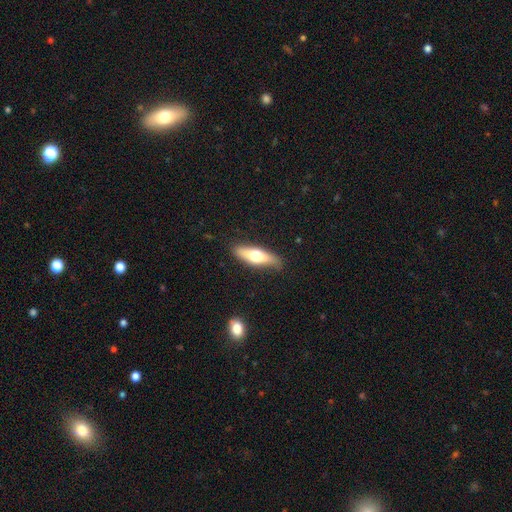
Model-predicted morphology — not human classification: Overall: smooth (54%; featured or disk 40%). How rounded: cigar-shaped (57%; in between 41%). Merging: none (84%).